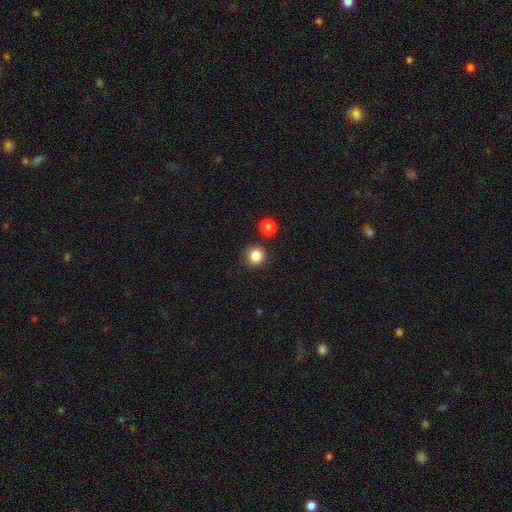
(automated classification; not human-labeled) The model was most divided on "smooth or featured": smooth: 85%, star or artifact: 11%, featured or disk: 4%. More confident: how rounded — round (93%); merging — none (87%).